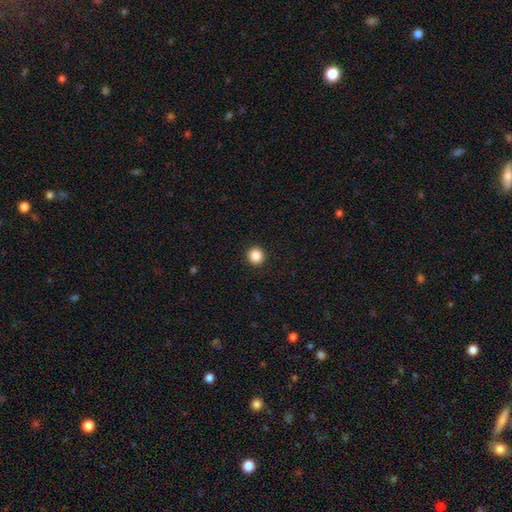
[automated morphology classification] Smooth or featured? Predicted: smooth (p=0.88). How rounded? Predicted: round (p=0.94). Merging? Predicted: none (p=0.93).